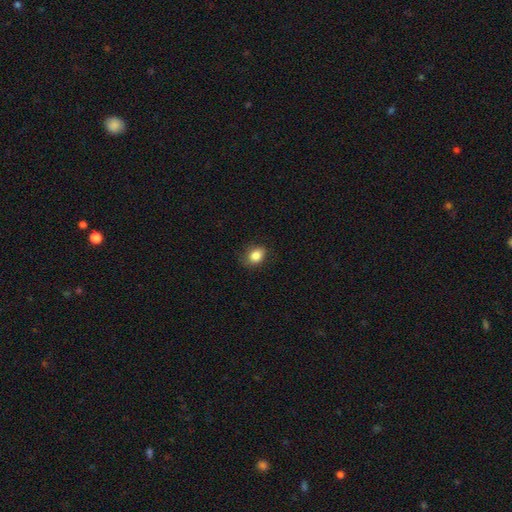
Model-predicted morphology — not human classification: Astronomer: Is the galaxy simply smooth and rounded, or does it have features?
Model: smooth — 84%.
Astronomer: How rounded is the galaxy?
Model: in between — 55% (runner-up: round, 44%).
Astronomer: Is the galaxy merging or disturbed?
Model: none — 77%.